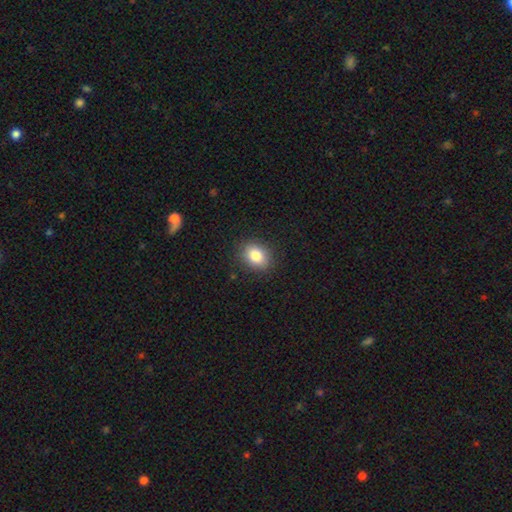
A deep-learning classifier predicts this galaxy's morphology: Overall: smooth (83%). How rounded: in between (57%; round 42%). Merging: none (87%).